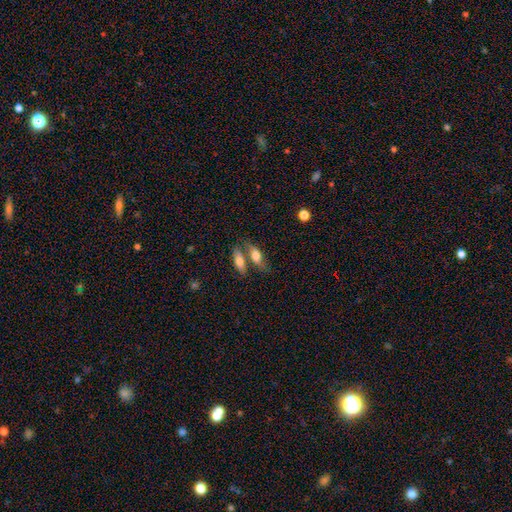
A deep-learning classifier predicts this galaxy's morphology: smooth 67%, featured or disk 25%, star or artifact 7%. Down the decision tree: how rounded — in between (73%); merging — none (43%).